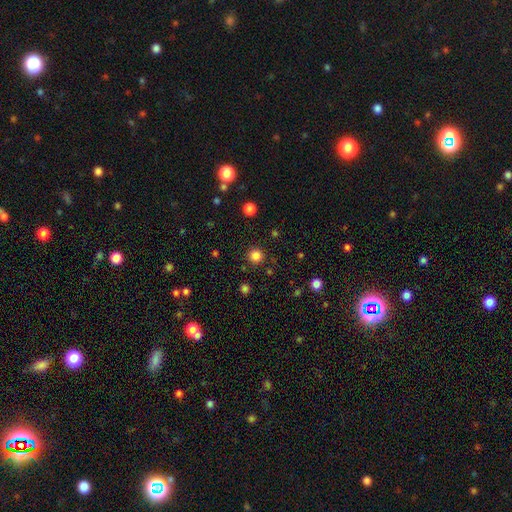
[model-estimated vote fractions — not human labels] smooth_or_featured: smooth (p=0.83) [alt: star or artifact p=0.14]
how_rounded: round (p=0.95) [alt: in between p=0.04]
merging: none (p=0.91) [alt: minor disturbance p=0.05]